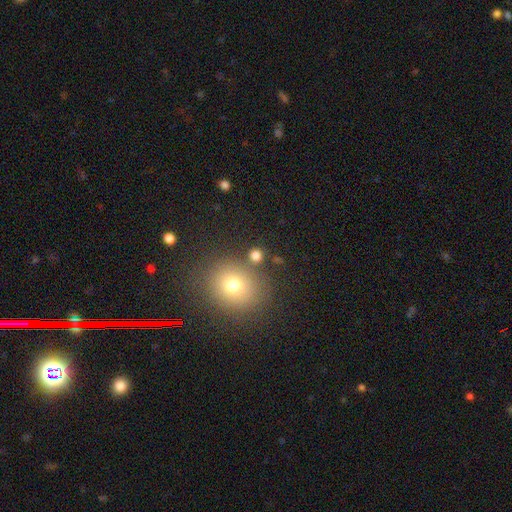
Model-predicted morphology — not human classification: smooth_or_featured: smooth (p=0.77) [alt: star or artifact p=0.16]
how_rounded: round (p=0.84) [alt: in between p=0.14]
merging: none (p=0.78) [alt: merger p=0.10]